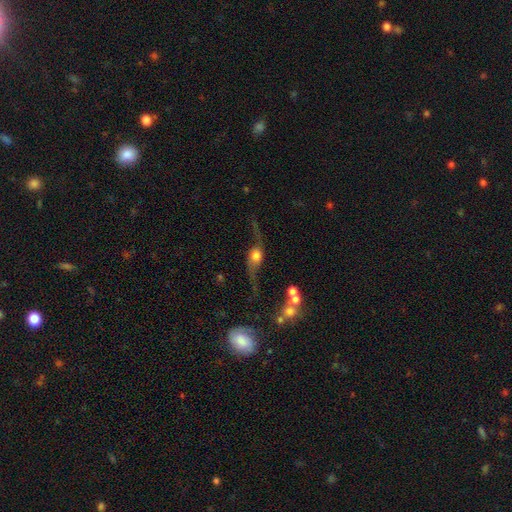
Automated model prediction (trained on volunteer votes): Smooth or featured?
  - featured or disk: 73% *
  - smooth: 19%
  - star or artifact: 8%
Edge-on disk?
  - no: 73% *
  - yes: 27%
Bar?
  - no: 68% *
  - weak: 24%
  - strong: 8%
Spiral arms?
  - yes: 86% *
  - no: 14%
Bulge size?
  - moderate: 36% *
  - large: 34%
  - small: 13%
  - dominant: 10%
  - none: 6%
Merging?
  - none: 47% *
  - major disturbance: 24%
  - minor disturbance: 19%
  - merger: 9%